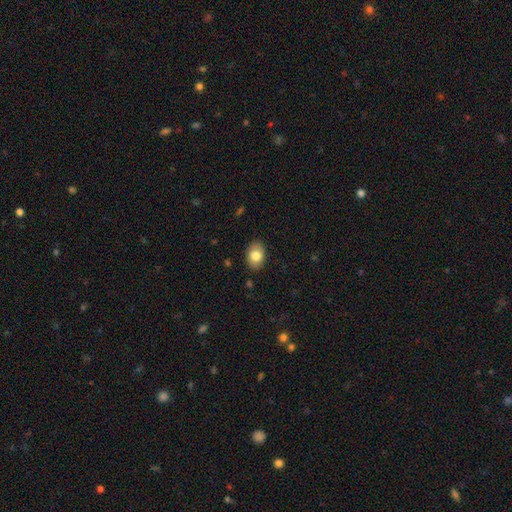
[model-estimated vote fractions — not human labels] smooth 81%, featured or disk 12%, star or artifact 7%. Down the decision tree: how rounded — in between (83%); merging — none (87%).